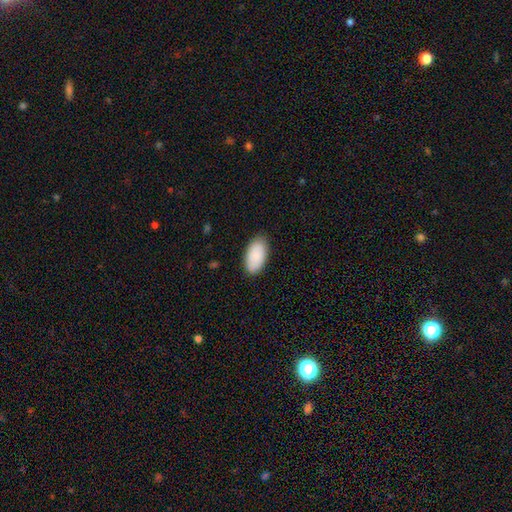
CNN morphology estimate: This appears to be a smooth galaxy with no disk features (87%) that is in between round and cigar-shaped (96%). Merging: none (84%).